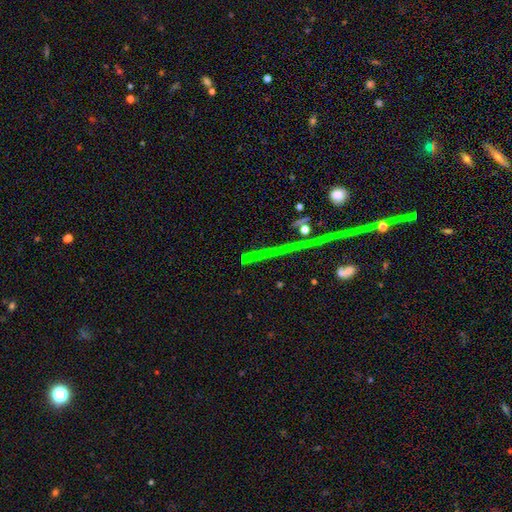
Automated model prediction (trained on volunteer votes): Smooth or featured? star or artifact (74%)